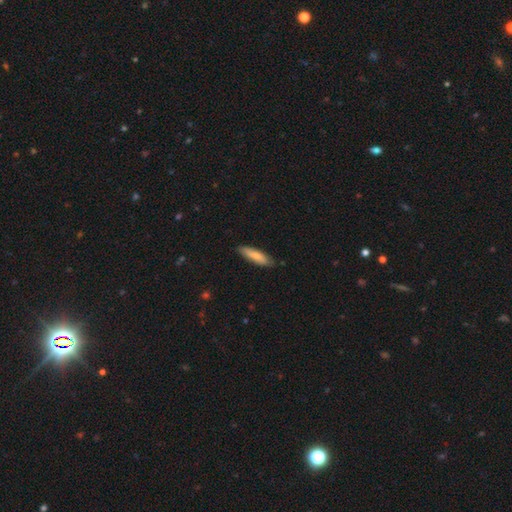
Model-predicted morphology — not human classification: A smooth galaxy with no disk features (78%) that is cigar-shaped (63%). Merging: none (83%).